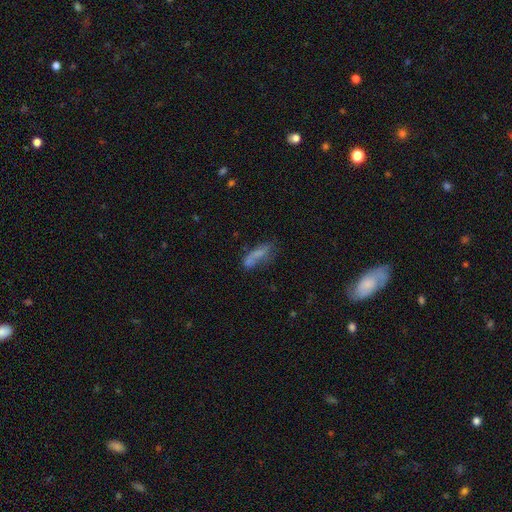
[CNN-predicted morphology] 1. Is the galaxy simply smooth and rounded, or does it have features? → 62% smooth, 26% featured or disk, 12% star or artifact.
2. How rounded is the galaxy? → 51% in between, 45% cigar-shaped, 3% round.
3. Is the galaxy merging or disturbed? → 43% none, 25% minor disturbance, 19% major disturbance, 14% merger.